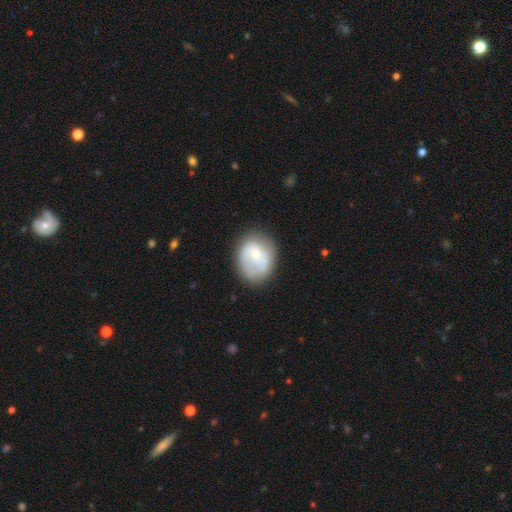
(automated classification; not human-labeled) Smooth or featured?
  - smooth: 52% *
  - featured or disk: 40%
  - star or artifact: 7%
How rounded?
  - round: 53% *
  - in between: 46%
  - cigar-shaped: 1%
Merging?
  - none: 60% *
  - minor disturbance: 24%
  - major disturbance: 12%
  - merger: 4%